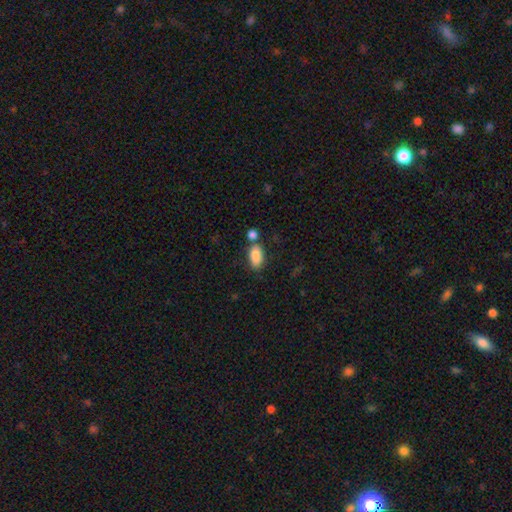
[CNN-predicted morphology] Smooth or featured? smooth (87%)
How rounded? in between (91%)
Merging? none (62%)